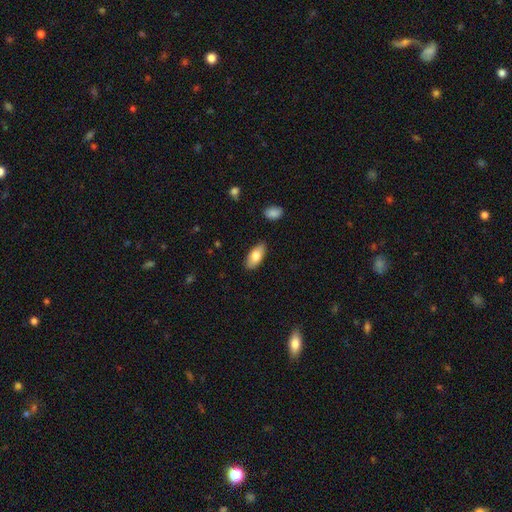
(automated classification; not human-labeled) smooth-or-featured: smooth: 79% | featured or disk: 15% | star or artifact: 6%
  how-rounded: in between: 88% | cigar-shaped: 10% | round: 2%
  merging: none: 86% | minor disturbance: 11% | major disturbance: 2% | merger: 1%